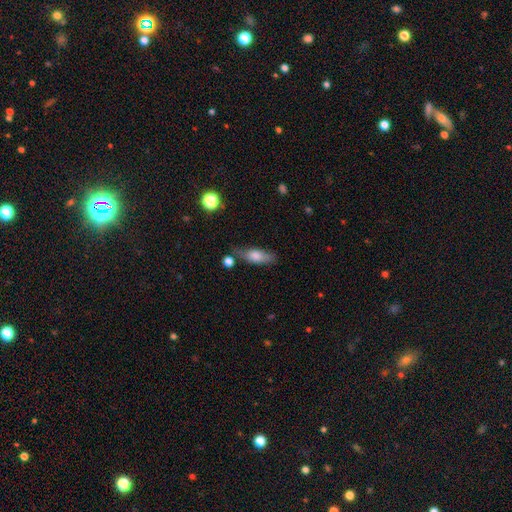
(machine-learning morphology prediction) This is likely a smooth galaxy (66%). How rounded: likely in between (63%). Merging: possibly none (59%).